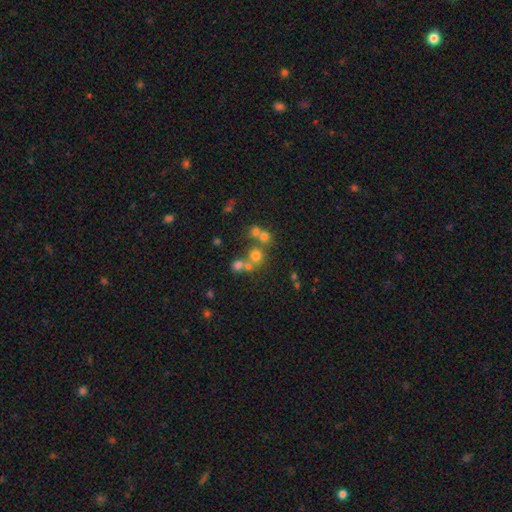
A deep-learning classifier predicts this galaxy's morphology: This appears to be a smooth galaxy with no disk features (63%) that is round (88%). Merging: none (55%).